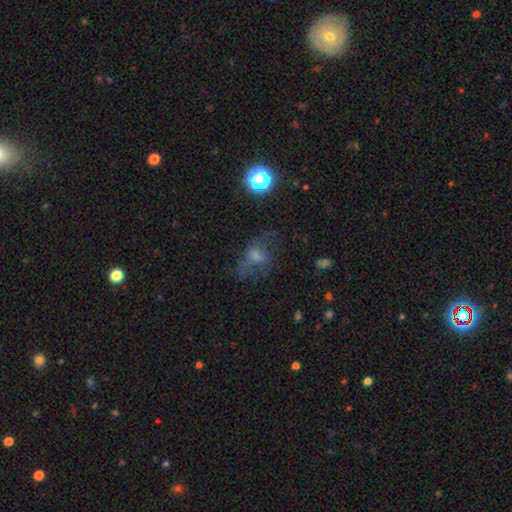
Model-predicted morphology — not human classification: Overall: smooth (37%, tied with featured or disk). Merging: none (51%; major disturbance 25%).